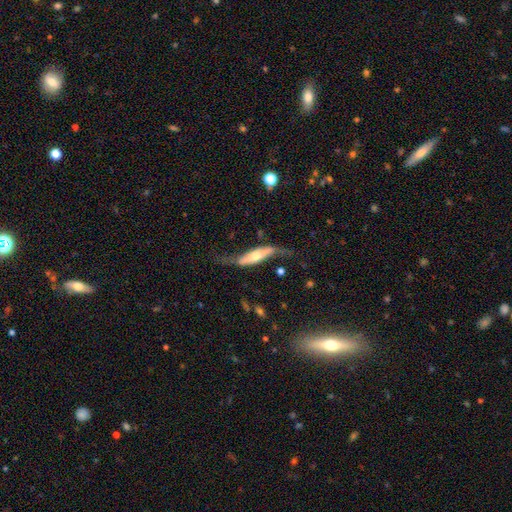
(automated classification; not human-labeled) smooth_or_featured: featured or disk (p=0.68) [alt: smooth p=0.27]
disk_edge_on: no (p=0.52) [alt: yes p=0.48]
merging: none (p=0.50) [alt: minor disturbance p=0.26]